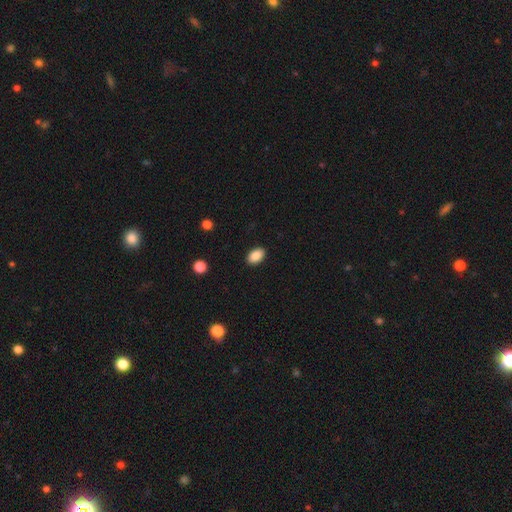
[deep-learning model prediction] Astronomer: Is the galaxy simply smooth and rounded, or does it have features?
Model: smooth — 88%.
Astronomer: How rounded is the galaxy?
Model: in between — 90%.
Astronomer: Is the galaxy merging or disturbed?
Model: none — 90%.